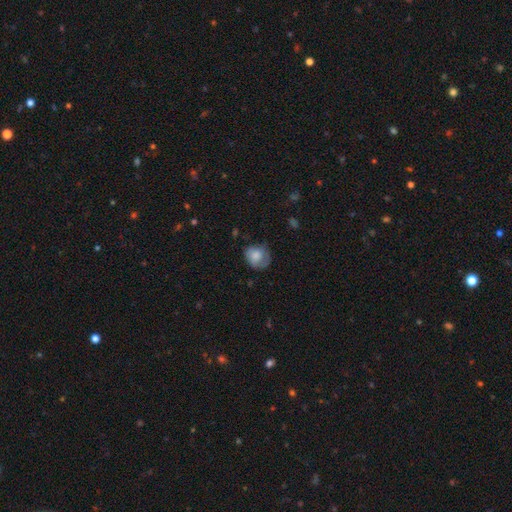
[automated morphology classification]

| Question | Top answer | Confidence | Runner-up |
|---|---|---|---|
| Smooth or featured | smooth | 72% | featured or disk (20%) |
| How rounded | round | 70% | in between (29%) |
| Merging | none | 53% | minor disturbance (31%) |